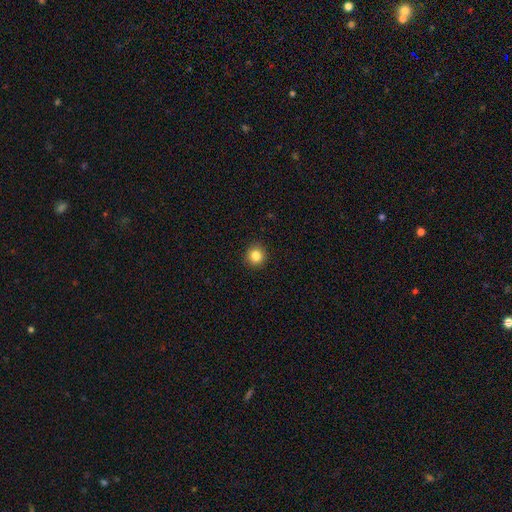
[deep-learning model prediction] The model was most divided on "smooth or featured": smooth: 84%, star or artifact: 11%, featured or disk: 5%. More confident: how rounded — round (93%); merging — none (93%).